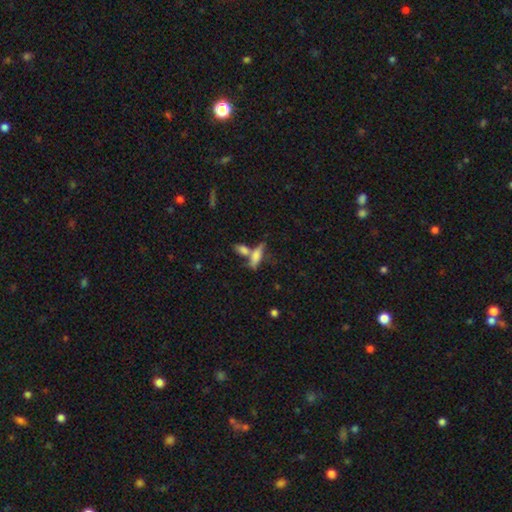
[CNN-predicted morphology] type=smooth (64%); roundness=in between (49%); merging=merger (41%).